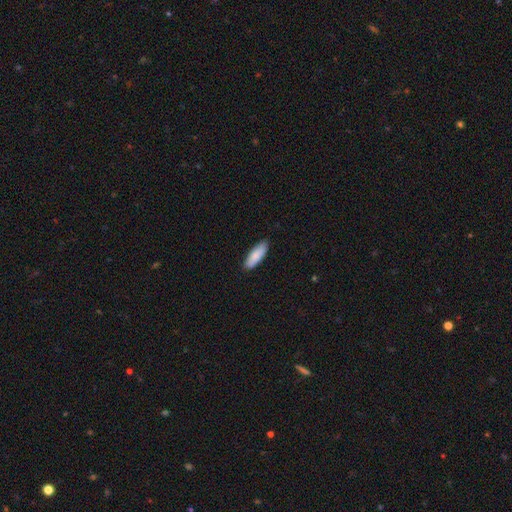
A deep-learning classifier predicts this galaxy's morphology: smooth 85%, featured or disk 9%, star or artifact 5%. Down the decision tree: how rounded — in between (63%); merging — none (85%).